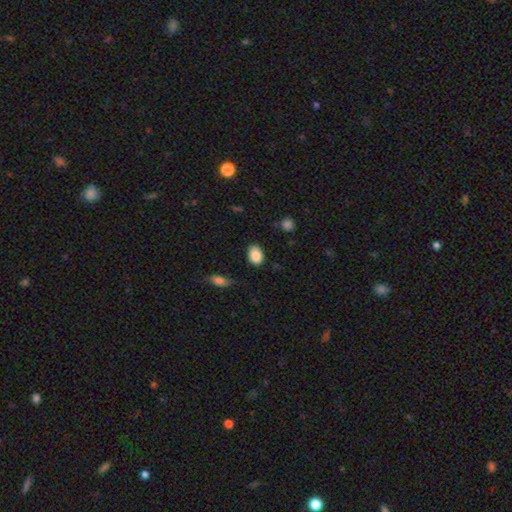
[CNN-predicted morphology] A smooth galaxy with no disk features (88%) that is in between round and cigar-shaped (81%). Merging: none (81%).